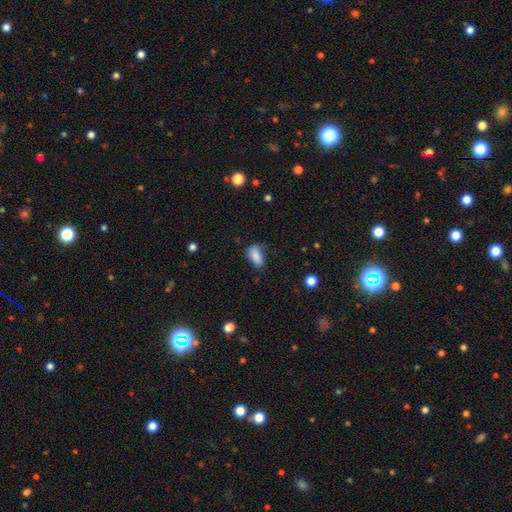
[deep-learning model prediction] Overall: smooth (85%). How rounded: in between (89%). Merging: none (57%; minor disturbance 31%).